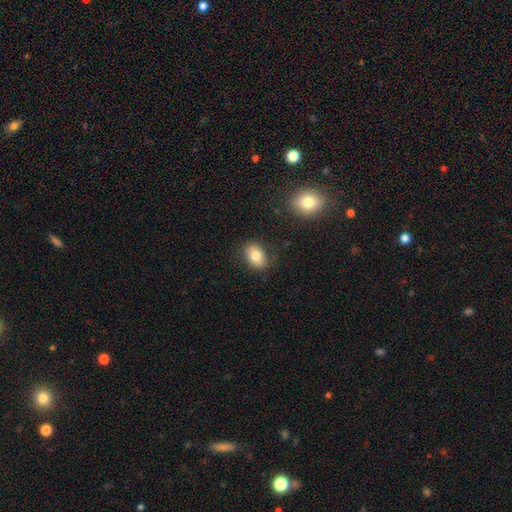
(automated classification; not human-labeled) This is likely a smooth galaxy (78%). How rounded: likely in between (76%). Merging: clearly none (83%).